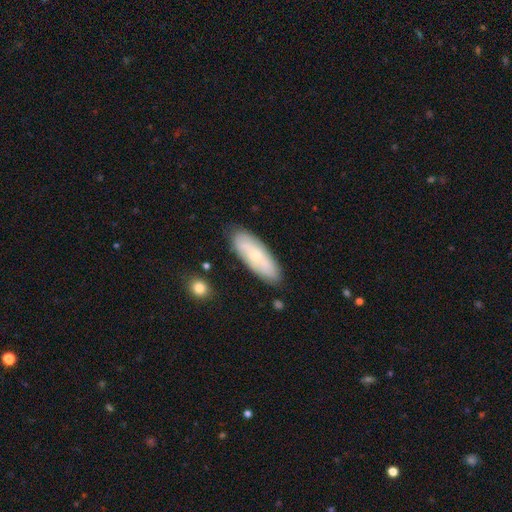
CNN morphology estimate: This appears to be a smooth galaxy with no disk features (54%) that is in between round and cigar-shaped (63%). Merging: none (83%).